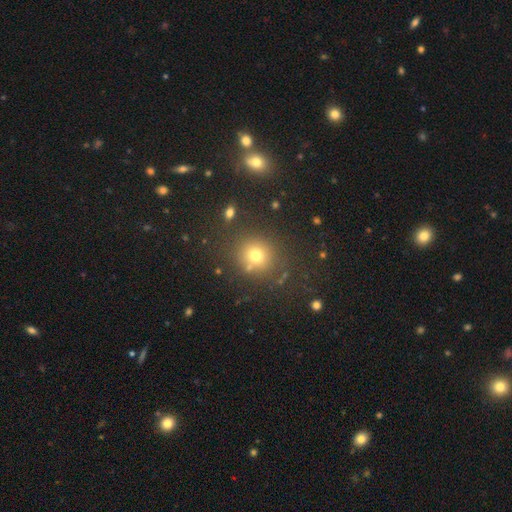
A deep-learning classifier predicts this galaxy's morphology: A smooth galaxy with no disk features (73%) that is round (86%).

Vote fractions:
- Smooth or featured? smooth: 73% / star or artifact: 18% / featured or disk: 9%
- How rounded? round: 86% / in between: 13% / cigar-shaped: 1%
- Merging? none: 80% / minor disturbance: 10% / merger: 6% / major disturbance: 4%